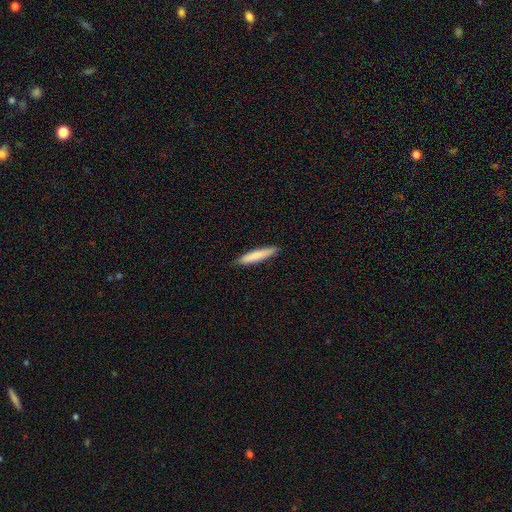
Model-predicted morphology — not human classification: The model was most divided on "smooth or featured": smooth: 81%, featured or disk: 14%, star or artifact: 5%. More confident: how rounded — cigar-shaped (91%); merging — none (90%).